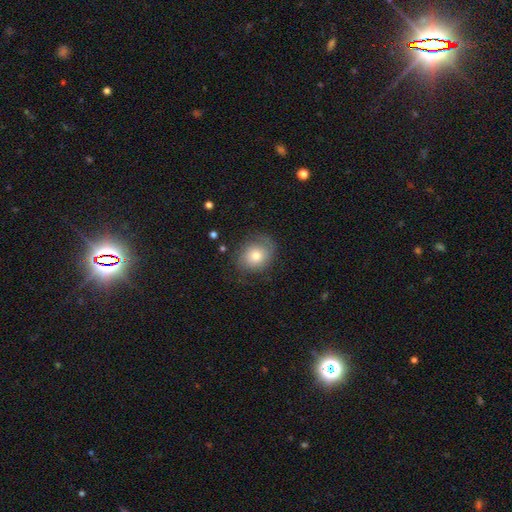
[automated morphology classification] Smooth or featured? smooth (64%)
How rounded? round (63%)
Merging? none (68%)